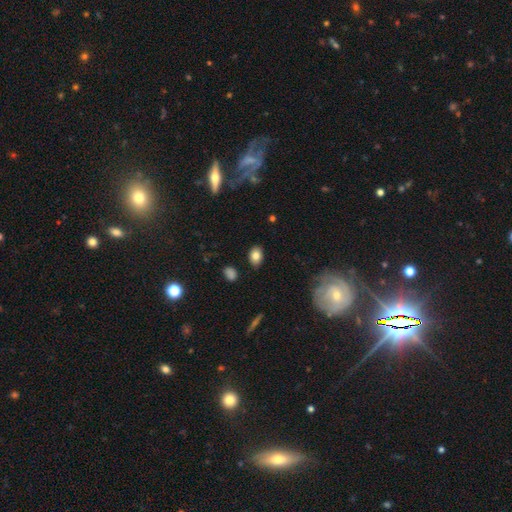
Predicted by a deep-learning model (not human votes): Morphology: type=smooth (82%); roundness=in between (81%); merging=none (85%).